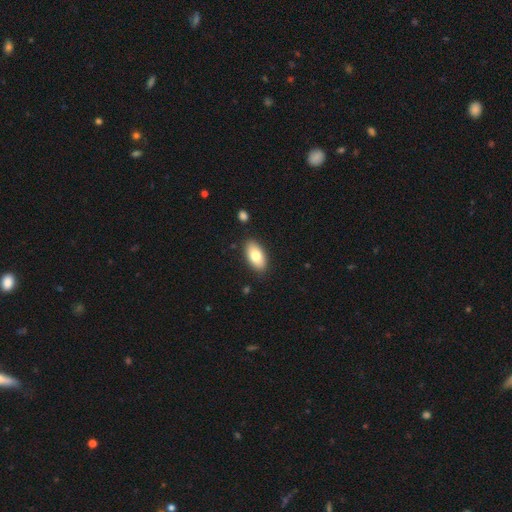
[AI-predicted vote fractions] smooth 76%, featured or disk 17%, star or artifact 7%. Down the decision tree: how rounded — in between (93%); merging — none (87%).